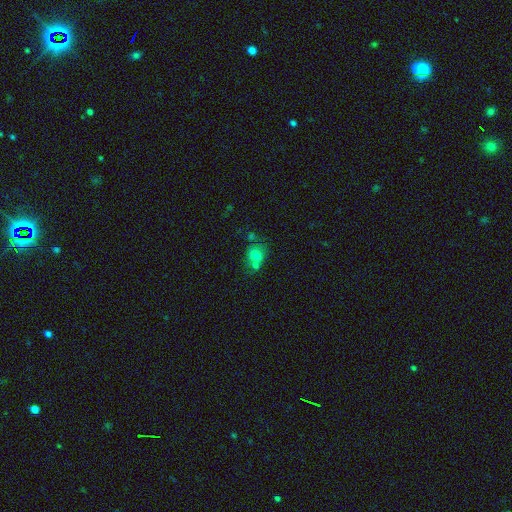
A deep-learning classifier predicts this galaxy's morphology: Q: Smooth or featured?
A: smooth (72%); runner-up: featured or disk (14%)
Q: How rounded?
A: round (65%); runner-up: in between (34%)
Q: Merging?
A: none (45%); runner-up: merger (36%)